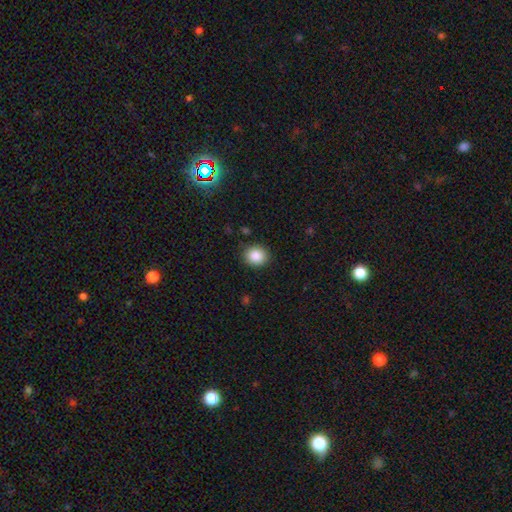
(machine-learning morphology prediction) Smooth or featured: smooth — 86% (star or artifact — 9%)
How rounded: round — 77% (in between — 22%)
Merging: none — 89% (minor disturbance — 8%)